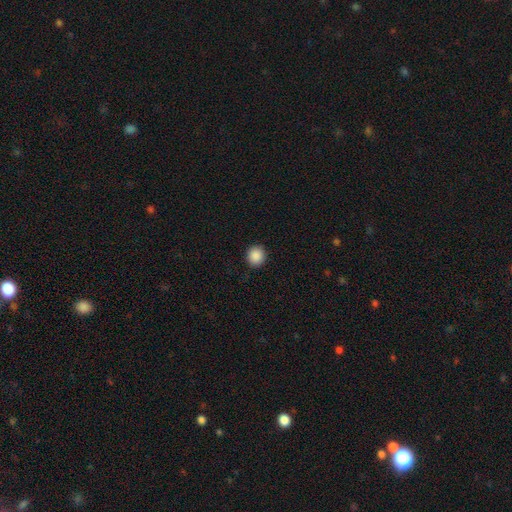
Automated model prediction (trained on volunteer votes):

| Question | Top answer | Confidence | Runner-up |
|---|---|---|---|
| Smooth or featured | smooth | 89% | star or artifact (9%) |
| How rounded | round | 85% | in between (14%) |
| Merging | none | 91% | minor disturbance (6%) |